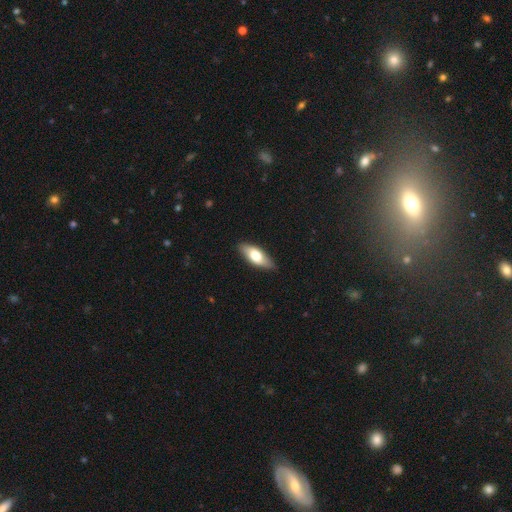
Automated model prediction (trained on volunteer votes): A smooth galaxy with no disk features (65%) that is in between round and cigar-shaped (76%).

Vote fractions:
- Smooth or featured? smooth: 65% / featured or disk: 29% / star or artifact: 6%
- How rounded? in between: 76% / cigar-shaped: 21% / round: 3%
- Merging? none: 84% / minor disturbance: 13% / major disturbance: 2% / merger: 1%